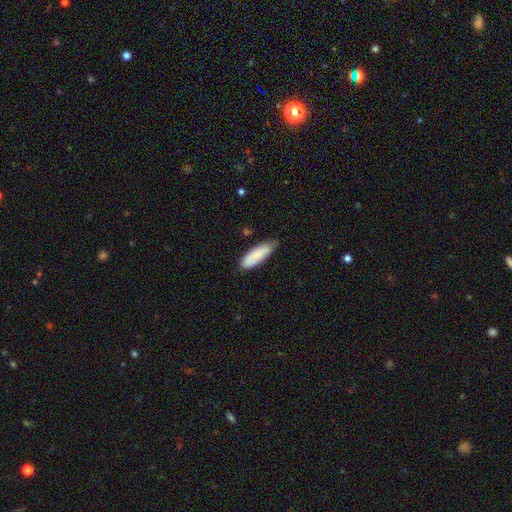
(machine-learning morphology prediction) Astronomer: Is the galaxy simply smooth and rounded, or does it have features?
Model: smooth — 84%.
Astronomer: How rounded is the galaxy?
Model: in between — 57% (runner-up: cigar-shaped, 41%).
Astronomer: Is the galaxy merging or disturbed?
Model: none — 66%.